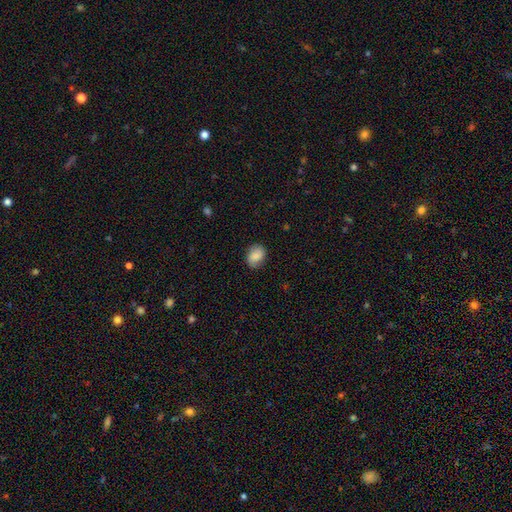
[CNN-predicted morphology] Q: Smooth or featured?
A: smooth (81%); runner-up: featured or disk (11%)
Q: How rounded?
A: in between (62%); runner-up: round (37%)
Q: Merging?
A: none (80%); runner-up: minor disturbance (15%)